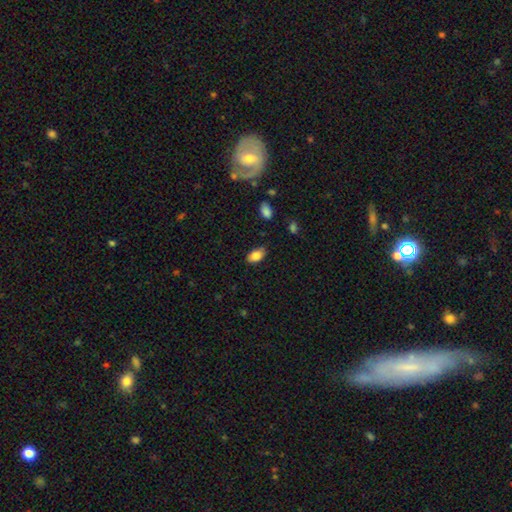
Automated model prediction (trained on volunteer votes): smooth_or_featured: smooth (p=0.86) [alt: star or artifact p=0.08]
how_rounded: in between (p=0.91) [alt: round p=0.07]
merging: none (p=0.78) [alt: minor disturbance p=0.17]